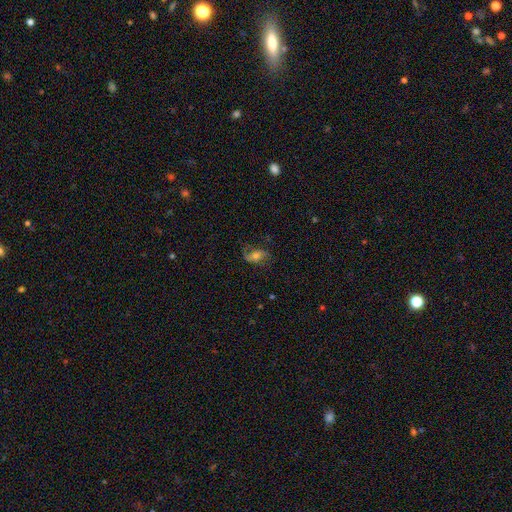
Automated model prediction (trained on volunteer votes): A featured or disk galaxy (46%).

Vote fractions:
- Smooth or featured? featured or disk: 46% / smooth: 44% / star or artifact: 10%
- Merging? none: 62% / minor disturbance: 23% / major disturbance: 14% / merger: 2%